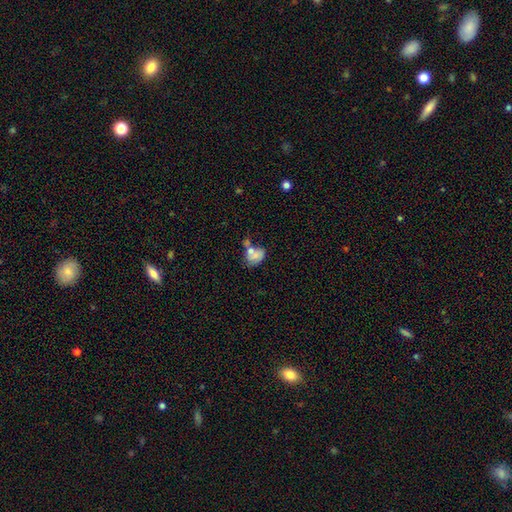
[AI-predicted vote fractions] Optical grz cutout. It shows a smooth galaxy with no disk features (65%) that is in between round and cigar-shaped (72%). Merging: merger (35%).